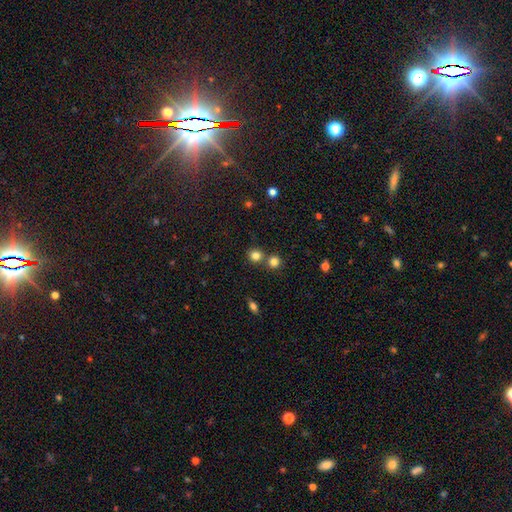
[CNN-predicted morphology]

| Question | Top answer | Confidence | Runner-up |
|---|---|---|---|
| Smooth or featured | smooth | 80% | star or artifact (14%) |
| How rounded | round | 87% | in between (12%) |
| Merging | none | 68% | merger (23%) |